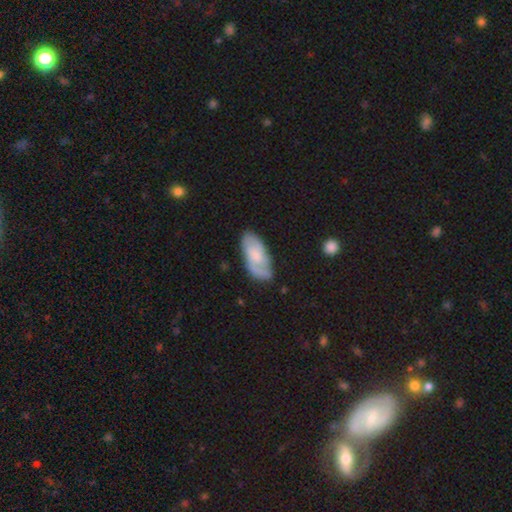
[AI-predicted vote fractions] smooth_or_featured: featured or disk (p=0.55) [alt: smooth p=0.39]
disk_edge_on: no (p=0.93) [alt: yes p=0.07]
bar: no (p=0.54) [alt: weak p=0.39]
has_spiral_arms: yes (p=0.87) [alt: no p=0.13]
bulge_size: small (p=0.37) [alt: moderate p=0.32]
merging: none (p=0.71) [alt: minor disturbance p=0.21]